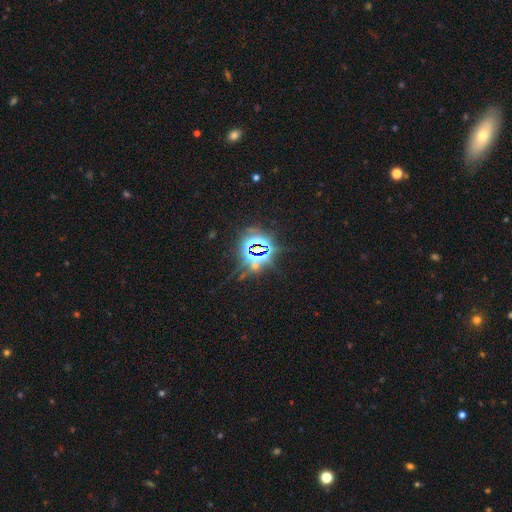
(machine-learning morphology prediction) Smooth or featured? star or artifact (82%)